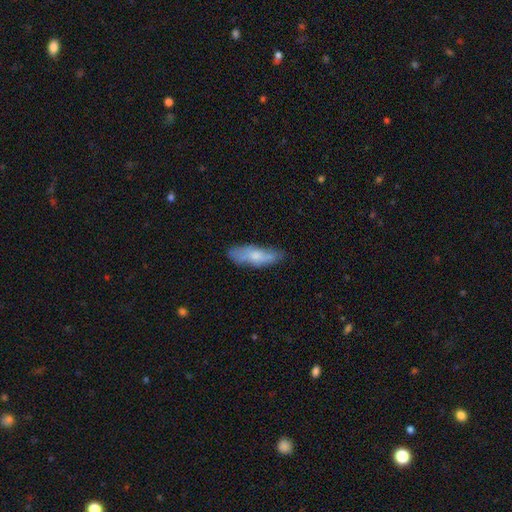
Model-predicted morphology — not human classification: The model was most divided on "how rounded": in between: 56%, cigar-shaped: 42%, round: 2%. More confident: merging — none (67%); smooth or featured — smooth (63%).